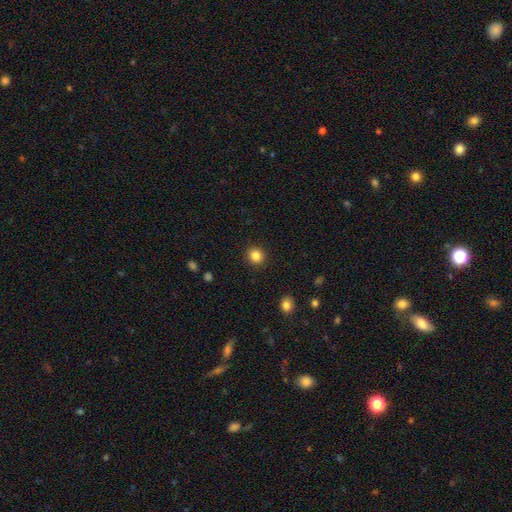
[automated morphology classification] Smooth or featured? smooth (85%)
How rounded? round (89%)
Merging? none (92%)